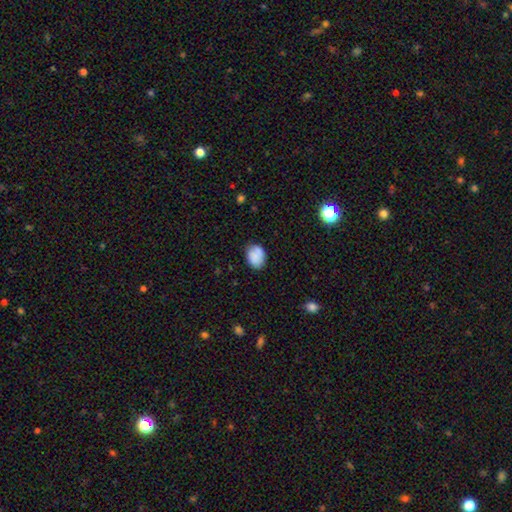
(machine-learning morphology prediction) Q: Smooth or featured?
A: smooth (84%); runner-up: star or artifact (8%)
Q: How rounded?
A: in between (64%); runner-up: round (35%)
Q: Merging?
A: none (72%); runner-up: minor disturbance (20%)